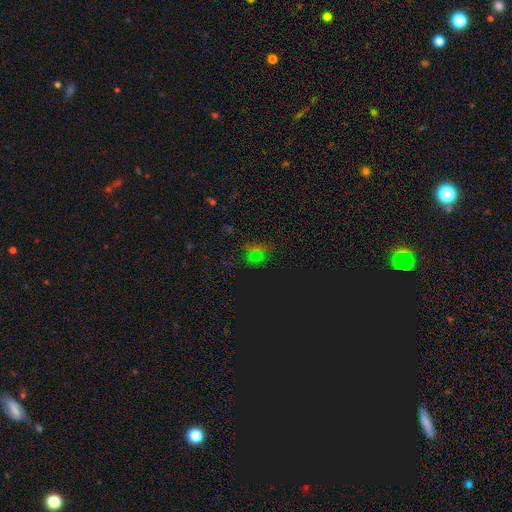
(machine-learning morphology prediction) Smooth or featured? Predicted: star or artifact (p=0.55).